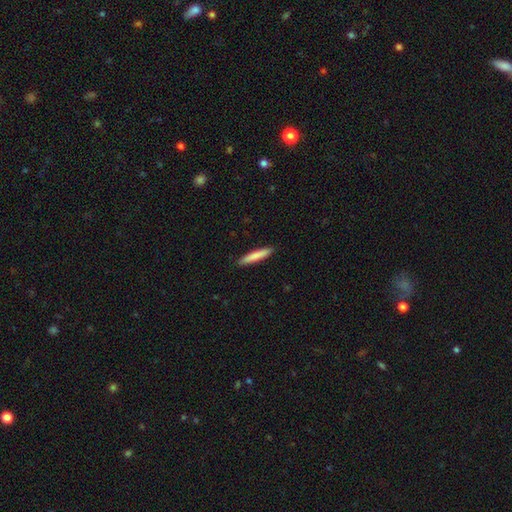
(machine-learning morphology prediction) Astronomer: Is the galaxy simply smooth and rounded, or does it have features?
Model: smooth — 81%.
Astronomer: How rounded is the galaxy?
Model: cigar-shaped — 93%.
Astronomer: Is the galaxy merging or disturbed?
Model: none — 91%.